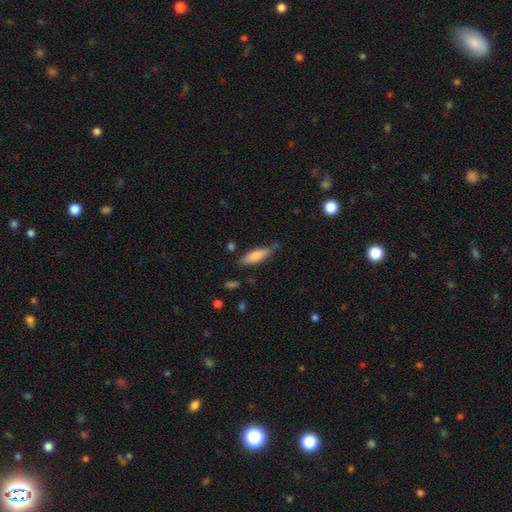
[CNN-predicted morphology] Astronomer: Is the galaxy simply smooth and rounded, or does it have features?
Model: smooth — 74%.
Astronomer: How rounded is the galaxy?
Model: cigar-shaped — 56% (runner-up: in between, 43%).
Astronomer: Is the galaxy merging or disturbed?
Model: none — 72%.